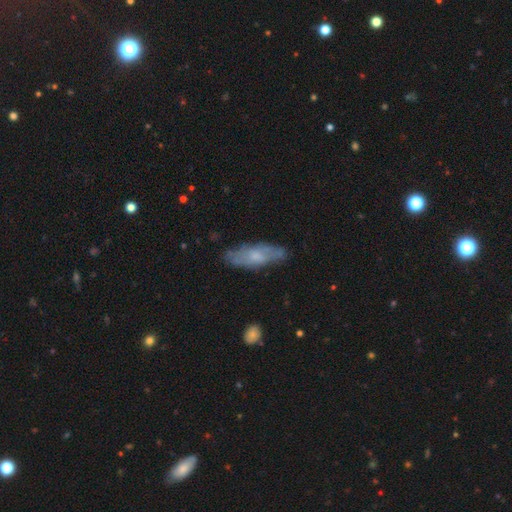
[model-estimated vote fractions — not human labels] smooth_or_featured: smooth (p=0.48) [alt: featured or disk p=0.45]
merging: none (p=0.74) [alt: minor disturbance p=0.20]